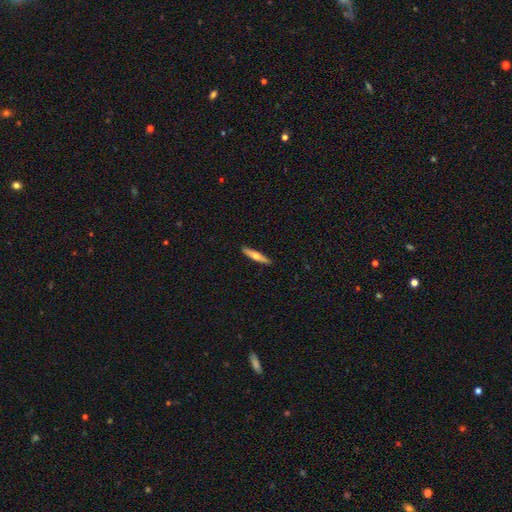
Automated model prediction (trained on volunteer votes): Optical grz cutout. It shows a smooth galaxy with no disk features (51%) that is cigar-shaped (87%). Merging: none (91%).